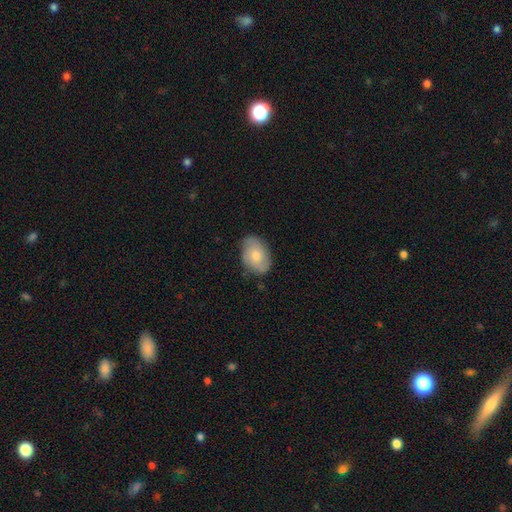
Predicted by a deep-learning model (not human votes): Overall: smooth (65%; featured or disk 28%). How rounded: in between (81%). Merging: none (74%).